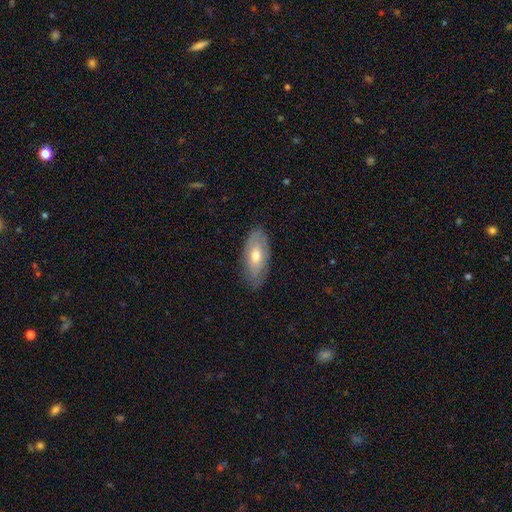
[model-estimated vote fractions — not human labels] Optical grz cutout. It shows a smooth galaxy with no disk features (59%) that is in between round and cigar-shaped (89%). Merging: none (81%).